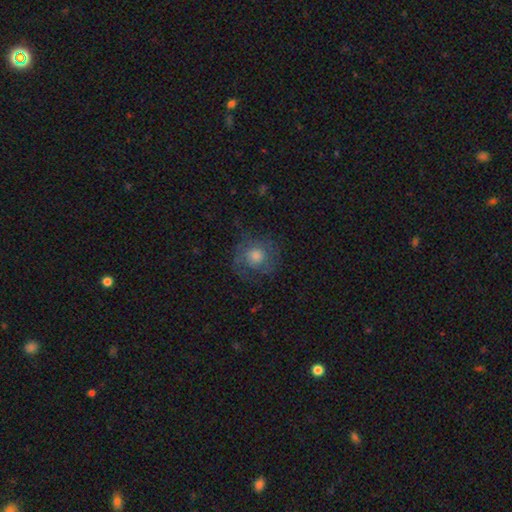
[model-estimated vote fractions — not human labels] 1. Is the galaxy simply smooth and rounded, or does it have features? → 51% smooth, 37% featured or disk, 12% star or artifact.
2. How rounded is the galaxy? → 87% round, 12% in between, 1% cigar-shaped.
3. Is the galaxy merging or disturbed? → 69% none, 18% minor disturbance, 12% major disturbance, 1% merger.